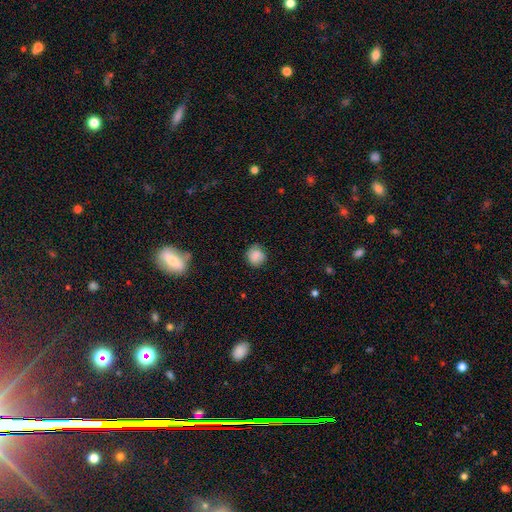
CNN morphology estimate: smooth_or_featured: smooth (p=0.83) [alt: star or artifact p=0.09]
how_rounded: round (p=0.82) [alt: in between p=0.17]
merging: none (p=0.77) [alt: minor disturbance p=0.18]